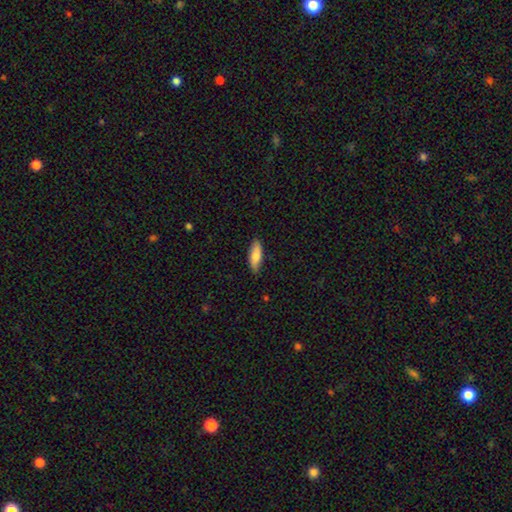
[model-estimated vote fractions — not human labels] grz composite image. It shows a smooth galaxy with no disk features (79%) that is in between round and cigar-shaped (62%). Merging: none (85%).